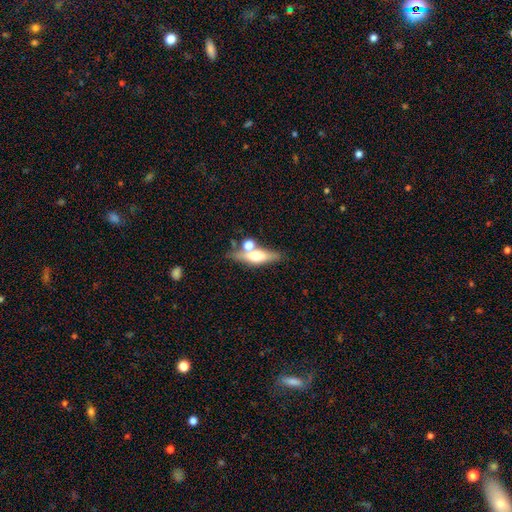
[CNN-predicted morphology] This appears to be a featured or disk galaxy (47%). Merging: none (59%).